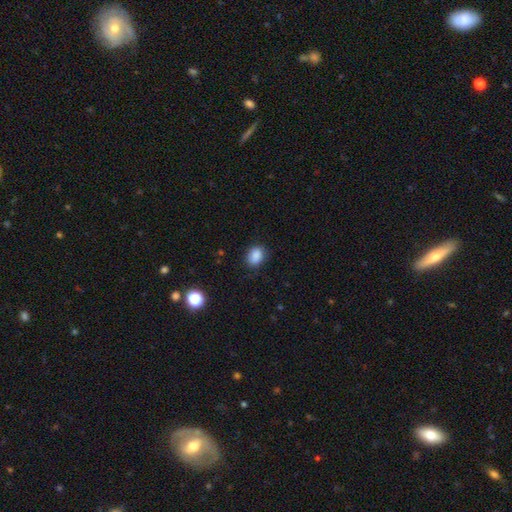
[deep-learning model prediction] Morphology: type=smooth (86%); roundness=in between (63%); merging=none (80%).